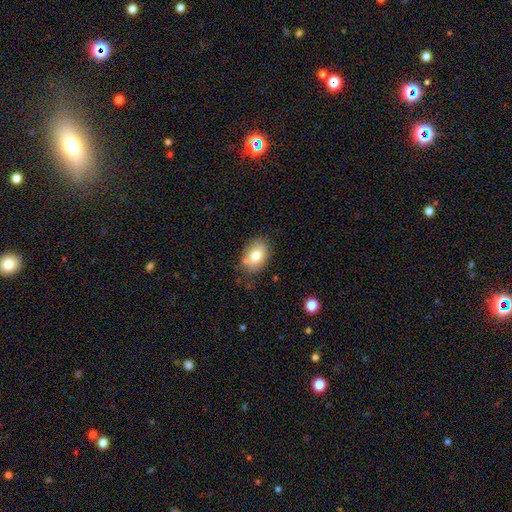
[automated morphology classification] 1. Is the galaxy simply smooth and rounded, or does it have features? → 76% smooth, 16% featured or disk, 8% star or artifact.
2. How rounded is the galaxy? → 77% in between, 22% round, 1% cigar-shaped.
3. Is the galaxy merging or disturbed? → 75% none, 16% minor disturbance, 5% merger, 4% major disturbance.